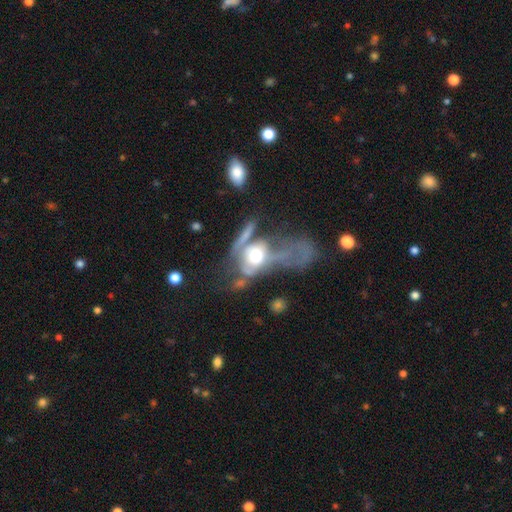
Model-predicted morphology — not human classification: Smooth or featured? featured or disk (52%)
Edge-on disk? no (82%)
Merging? major disturbance (50%)